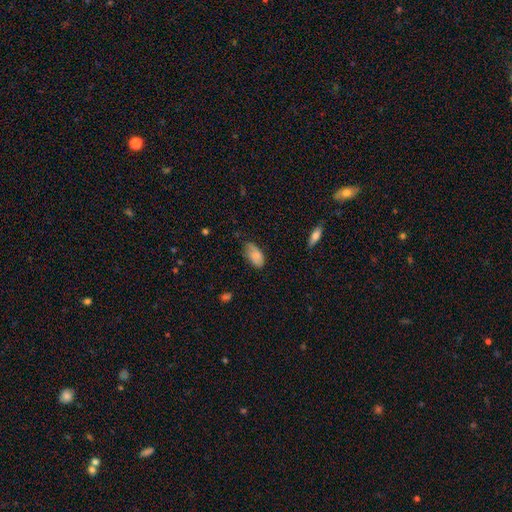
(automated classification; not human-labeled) smooth_or_featured: smooth (p=0.83) [alt: featured or disk p=0.10]
how_rounded: in between (p=0.94) [alt: cigar-shaped p=0.03]
merging: none (p=0.58) [alt: minor disturbance p=0.33]